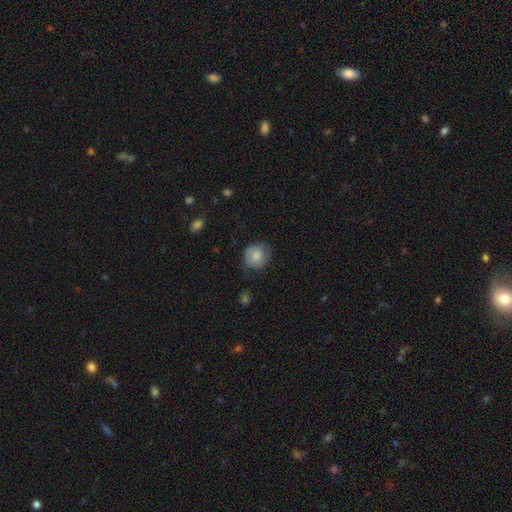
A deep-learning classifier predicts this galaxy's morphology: The model was most divided on "merging": none: 67%, minor disturbance: 25%, major disturbance: 6%, merger: 1%. More confident: how rounded — round (82%); smooth or featured — smooth (77%).